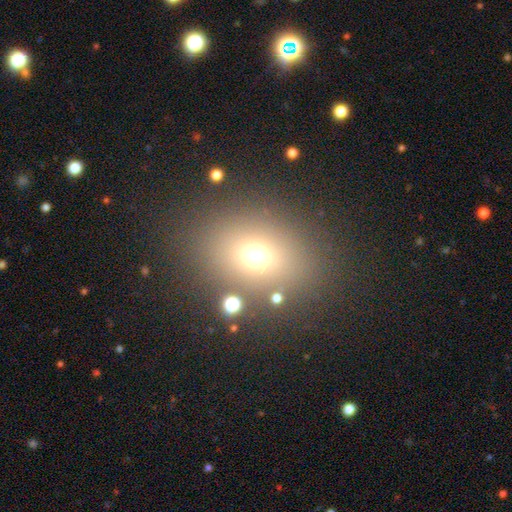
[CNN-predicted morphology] Smooth or featured? smooth (67%)
How rounded? in between (53%)
Merging? none (82%)